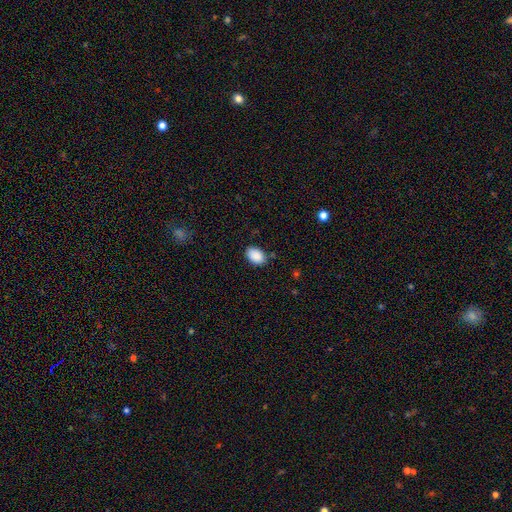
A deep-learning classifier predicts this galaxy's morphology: This appears to be a smooth galaxy with no disk features (90%) that is in between round and cigar-shaped (87%). Merging: none (81%).